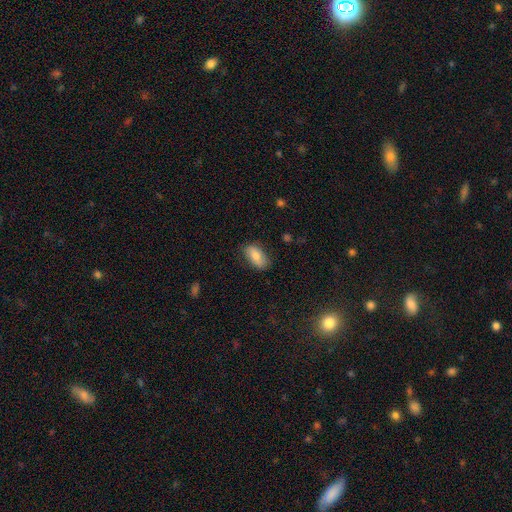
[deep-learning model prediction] Smooth or featured? Predicted: smooth (p=0.78). How rounded? Predicted: in between (p=0.91). Merging? Predicted: none (p=0.80).